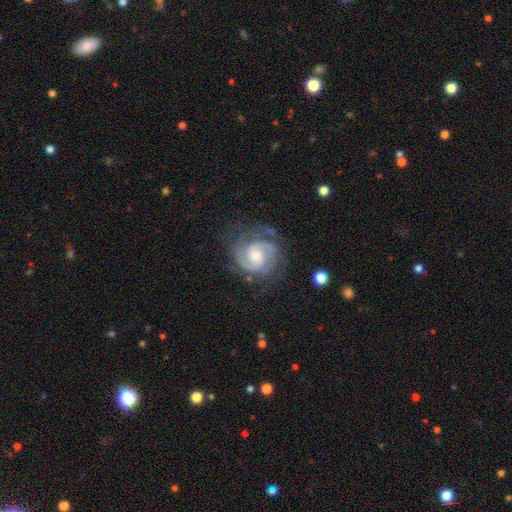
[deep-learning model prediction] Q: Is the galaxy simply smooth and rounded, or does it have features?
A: featured or disk — 89%.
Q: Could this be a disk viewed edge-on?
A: no — 98%.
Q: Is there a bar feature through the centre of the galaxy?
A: no — 49%.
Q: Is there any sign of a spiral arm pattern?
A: yes — 98%.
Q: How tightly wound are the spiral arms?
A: tight — 49%.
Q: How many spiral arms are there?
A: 2 — 82%.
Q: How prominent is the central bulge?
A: moderate — 53%.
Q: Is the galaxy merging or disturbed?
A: none — 70%.